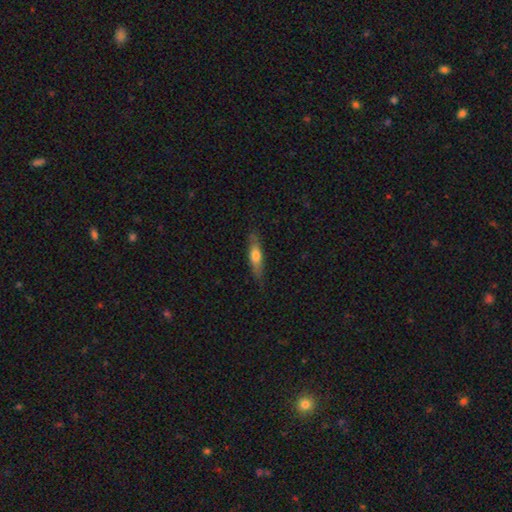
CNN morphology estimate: smooth-or-featured: smooth: 56% | featured or disk: 38% | star or artifact: 6%
  how-rounded: cigar-shaped: 70% | in between: 28% | round: 2%
  merging: none: 81% | minor disturbance: 15% | major disturbance: 3% | merger: 1%